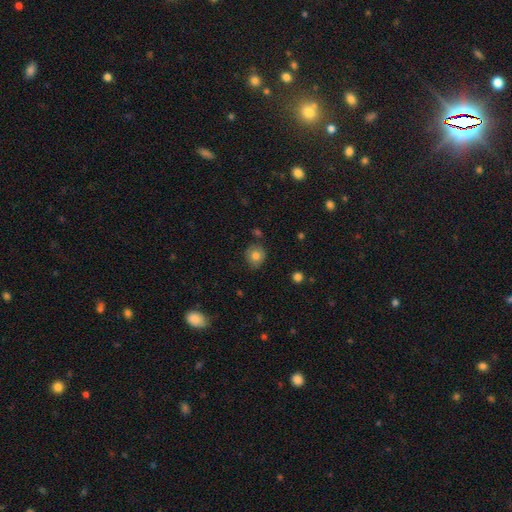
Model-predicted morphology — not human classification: A smooth galaxy with no disk features (78%) that is round (83%).

Vote fractions:
- Smooth or featured? smooth: 78% / featured or disk: 12% / star or artifact: 10%
- How rounded? round: 83% / in between: 16% / cigar-shaped: 1%
- Merging? none: 78% / minor disturbance: 16% / major disturbance: 3% / merger: 3%